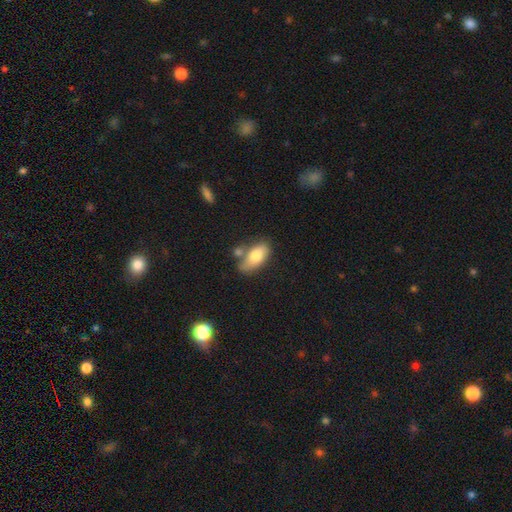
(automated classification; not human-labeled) Q: Smooth or featured?
A: smooth (75%); runner-up: featured or disk (18%)
Q: How rounded?
A: in between (89%); runner-up: cigar-shaped (7%)
Q: Merging?
A: none (54%); runner-up: minor disturbance (21%)